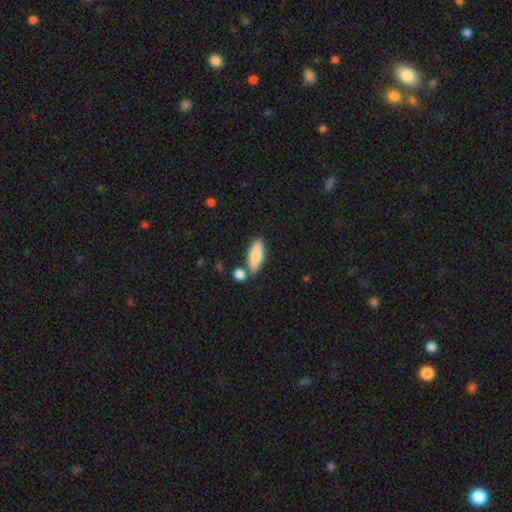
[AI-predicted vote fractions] Smooth or featured? Predicted: smooth (p=0.76). How rounded? Predicted: in between (p=0.65). Merging? Predicted: none (p=0.70).